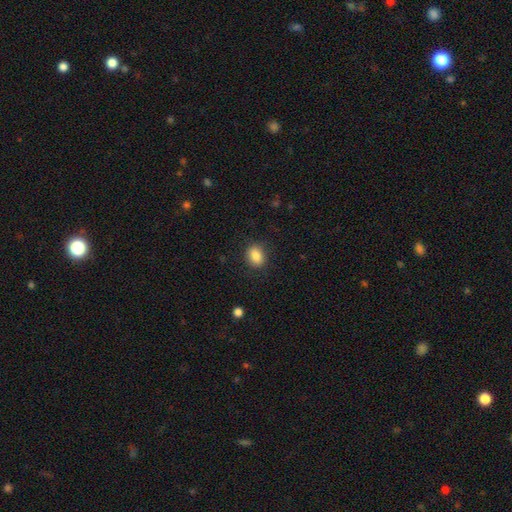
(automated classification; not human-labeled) smooth-or-featured: smooth: 86% | star or artifact: 9% | featured or disk: 5%
  how-rounded: in between: 61% | round: 38% | cigar-shaped: 1%
  merging: none: 86% | minor disturbance: 10% | major disturbance: 3% | merger: 1%